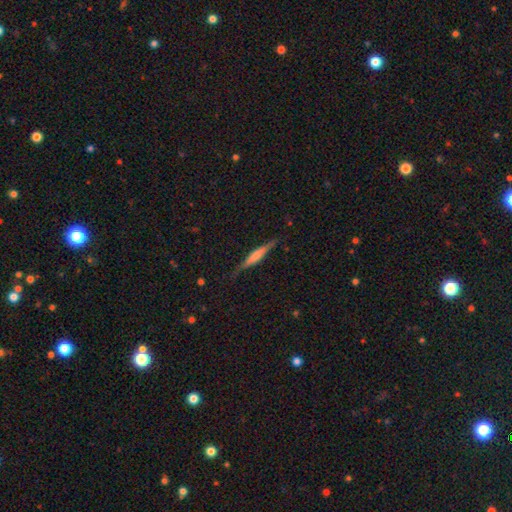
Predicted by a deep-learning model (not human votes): Smooth or featured: featured or disk — 55% (smooth — 39%)
Edge-on disk: yes — 95% (no — 5%)
Edge-on bulge: rounded — 47% (boxy — 29%)
Merging: none — 82% (minor disturbance — 13%)